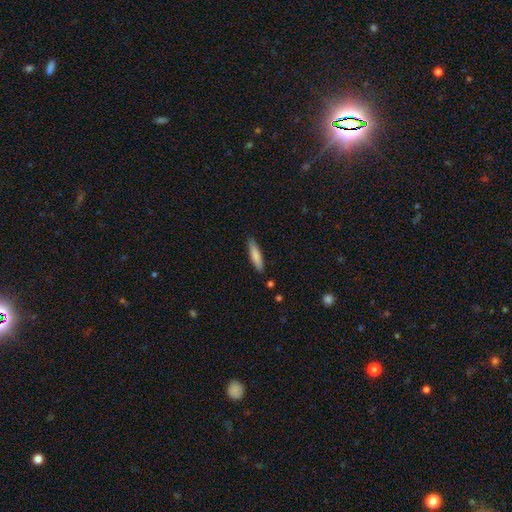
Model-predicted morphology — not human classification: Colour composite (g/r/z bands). It shows a smooth galaxy with no disk features (80%) that is cigar-shaped (80%). Merging: none (86%).